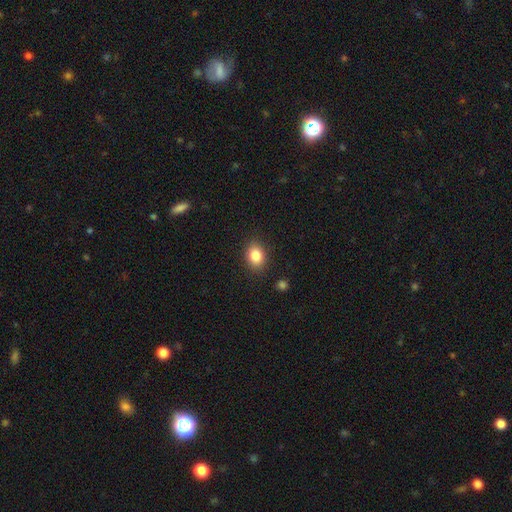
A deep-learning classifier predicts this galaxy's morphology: smooth 84%, star or artifact 9%, featured or disk 6%. Down the decision tree: how rounded — in between (64%); merging — none (87%).